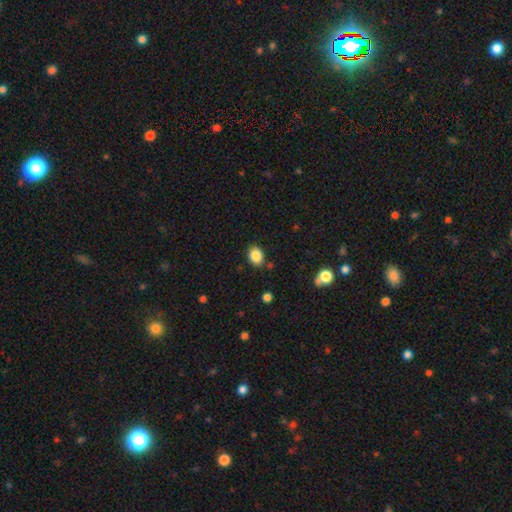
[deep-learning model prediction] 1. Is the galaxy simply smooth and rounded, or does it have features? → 86% smooth, 9% star or artifact, 5% featured or disk.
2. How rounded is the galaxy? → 66% in between, 33% round, 1% cigar-shaped.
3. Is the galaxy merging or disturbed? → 84% none, 10% minor disturbance, 3% merger, 3% major disturbance.